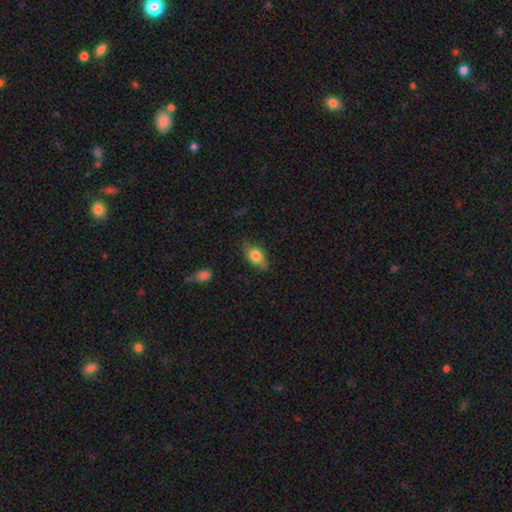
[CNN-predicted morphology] Q: Smooth or featured?
A: smooth (77%); runner-up: featured or disk (15%)
Q: How rounded?
A: in between (84%); runner-up: round (9%)
Q: Merging?
A: none (75%); runner-up: minor disturbance (19%)